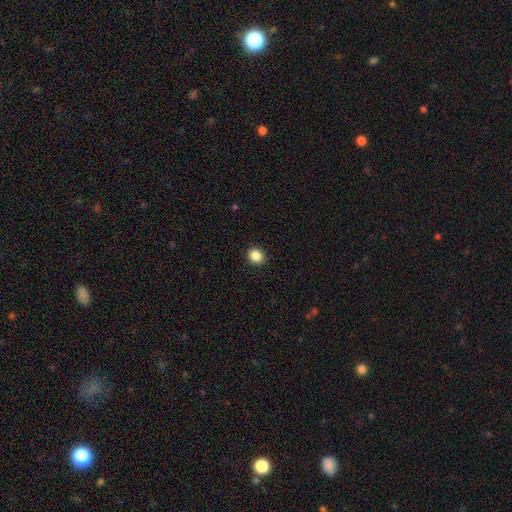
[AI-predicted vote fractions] smooth-or-featured: smooth: 87% | star or artifact: 10% | featured or disk: 3%
  how-rounded: round: 77% | in between: 22% | cigar-shaped: 1%
  merging: none: 91% | minor disturbance: 6% | major disturbance: 2% | merger: 1%